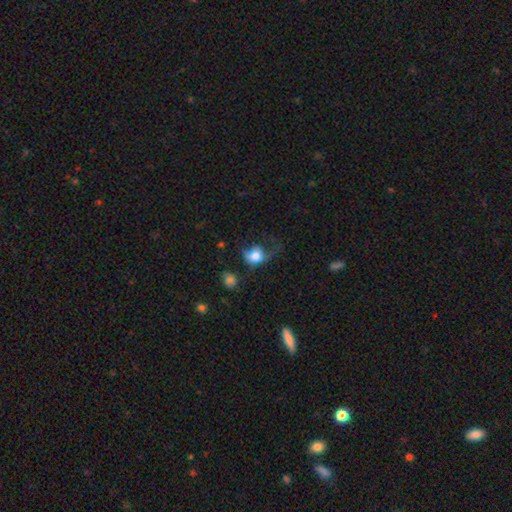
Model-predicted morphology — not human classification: smooth 73%, featured or disk 17%, star or artifact 9%. Down the decision tree: how rounded — round (59%); merging — major disturbance (48%).